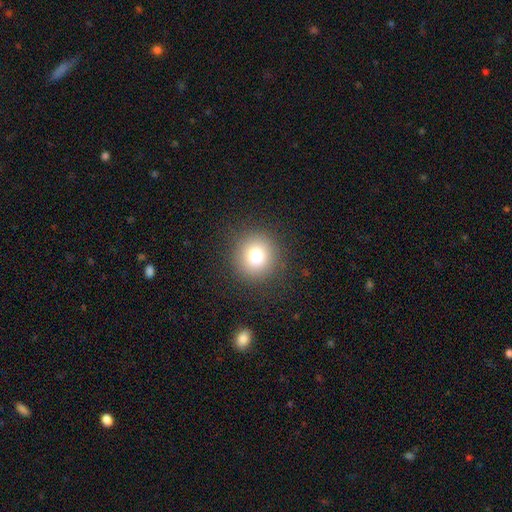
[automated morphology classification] A smooth galaxy with no disk features (77%) that is round (94%). Merging: none (90%).